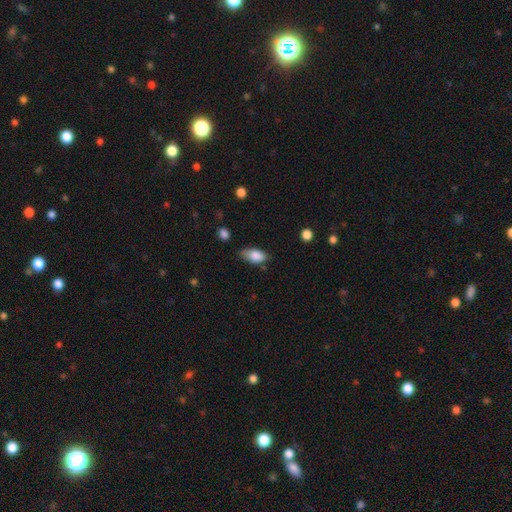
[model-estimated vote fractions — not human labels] A smooth galaxy with no disk features (84%) that is in between round and cigar-shaped (90%). Merging: none (55%).